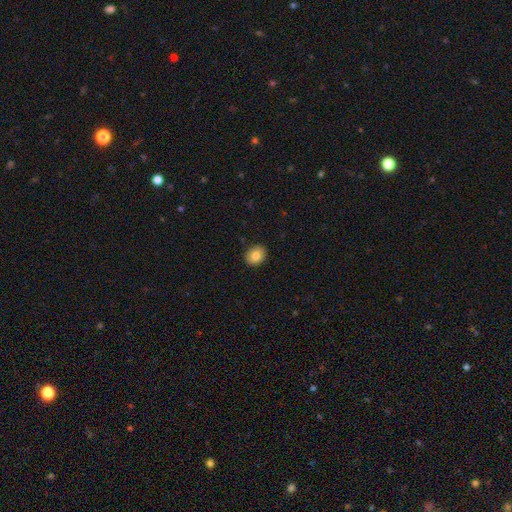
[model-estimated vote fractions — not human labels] smooth-or-featured: smooth: 79% | featured or disk: 12% | star or artifact: 8%
  how-rounded: round: 63% | in between: 36% | cigar-shaped: 1%
  merging: none: 91% | minor disturbance: 7% | major disturbance: 2% | merger: 1%